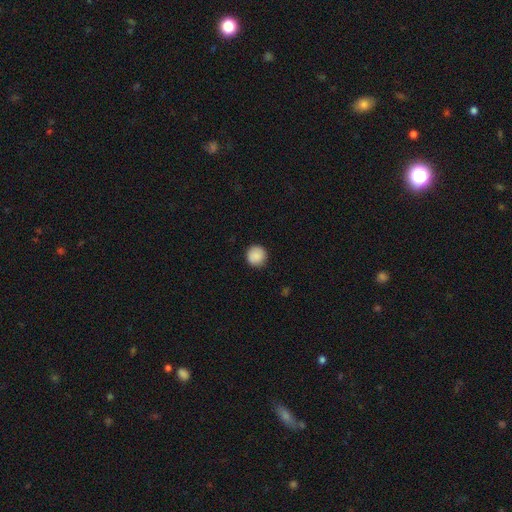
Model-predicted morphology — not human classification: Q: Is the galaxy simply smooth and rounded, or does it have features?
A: smooth — 89%.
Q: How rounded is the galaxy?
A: round — 95%.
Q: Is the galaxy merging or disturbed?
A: none — 90%.